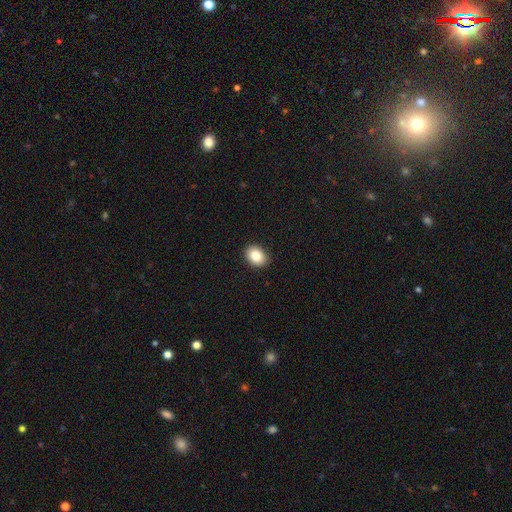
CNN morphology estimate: This is clearly a smooth galaxy (87%). How rounded: likely in between (72%). Merging: clearly none (90%).